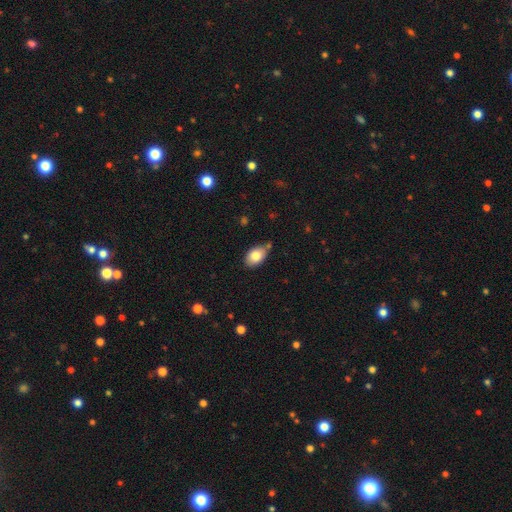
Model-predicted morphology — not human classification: Smooth or featured: smooth — 83% (featured or disk — 9%)
How rounded: in between — 89% (round — 10%)
Merging: none — 72% (minor disturbance — 19%)